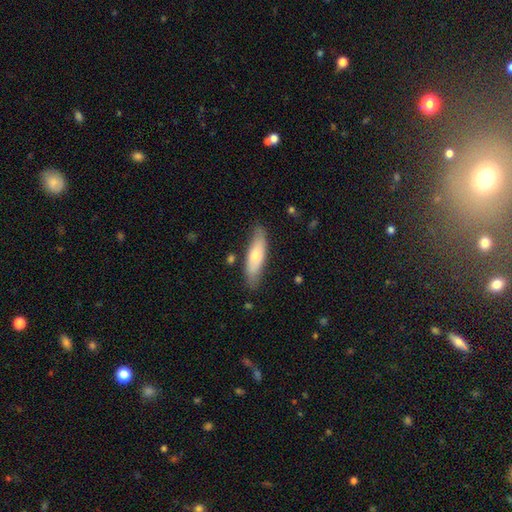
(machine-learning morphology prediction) Smooth or featured?
  - smooth: 66% *
  - featured or disk: 28%
  - star or artifact: 5%
How rounded?
  - cigar-shaped: 58% *
  - in between: 40%
  - round: 2%
Merging?
  - none: 80% *
  - minor disturbance: 15%
  - major disturbance: 3%
  - merger: 2%